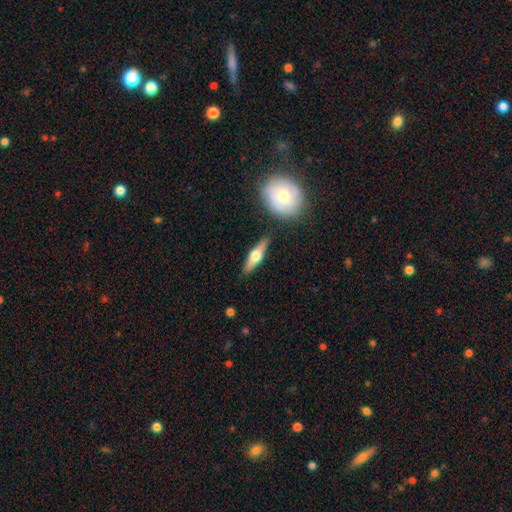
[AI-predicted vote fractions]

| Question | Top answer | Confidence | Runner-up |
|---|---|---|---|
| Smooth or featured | featured or disk | 60% | smooth (34%) |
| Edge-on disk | yes | 94% | no (6%) |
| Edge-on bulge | rounded | 94% | boxy (4%) |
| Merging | none | 85% | minor disturbance (9%) |